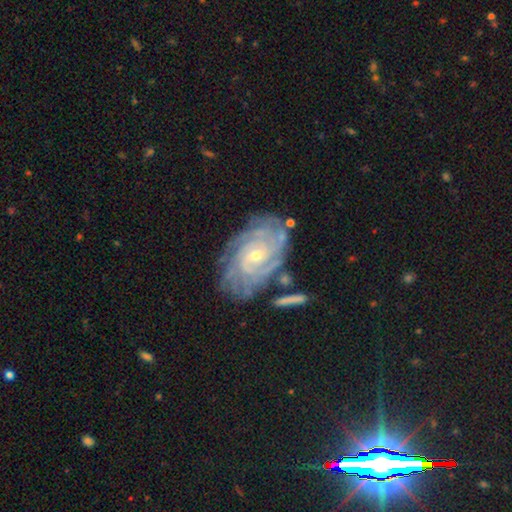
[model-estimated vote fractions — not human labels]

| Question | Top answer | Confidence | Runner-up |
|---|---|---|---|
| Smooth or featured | featured or disk | 89% | smooth (6%) |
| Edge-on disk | no | 96% | yes (4%) |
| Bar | no | 63% | weak (29%) |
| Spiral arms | yes | 97% | no (3%) |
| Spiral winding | tight | 78% | medium (18%) |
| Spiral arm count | can't tell | 30% | 4 (24%) |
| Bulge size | small | 67% | moderate (30%) |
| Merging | none | 71% | minor disturbance (18%) |